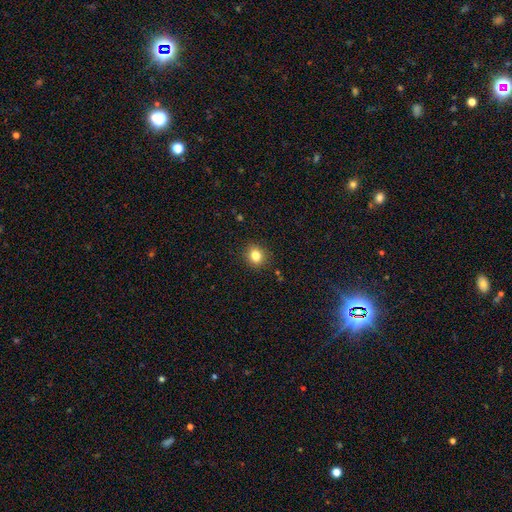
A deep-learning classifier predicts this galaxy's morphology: Smooth or featured? smooth (82%)
How rounded? round (73%)
Merging? none (89%)